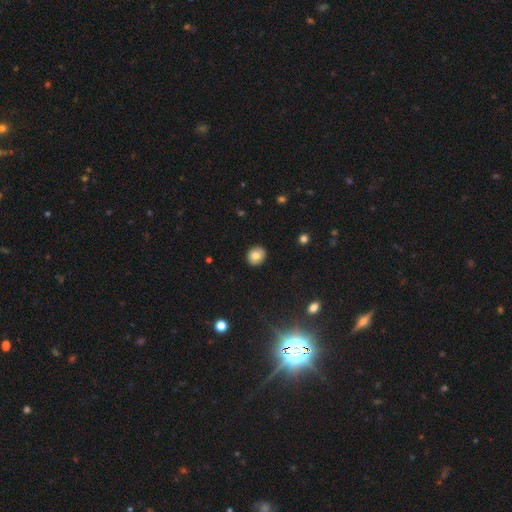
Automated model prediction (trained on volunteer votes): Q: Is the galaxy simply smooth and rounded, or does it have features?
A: smooth — 79%.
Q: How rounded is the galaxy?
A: round — 79%.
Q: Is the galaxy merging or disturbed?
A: none — 91%.